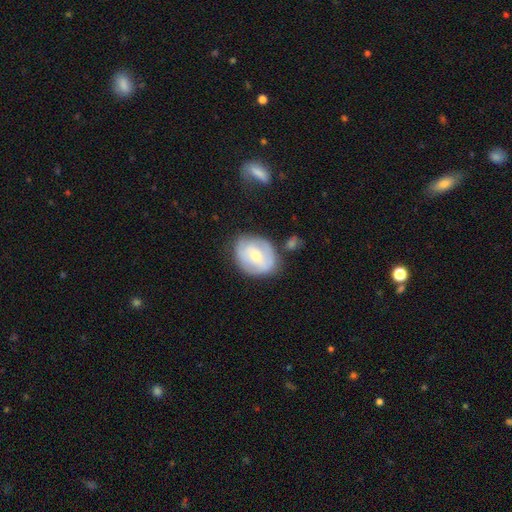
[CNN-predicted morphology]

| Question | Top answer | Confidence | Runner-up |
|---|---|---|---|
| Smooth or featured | featured or disk | 56% | smooth (38%) |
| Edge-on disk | no | 95% | yes (5%) |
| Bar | no | 42% | weak (41%) |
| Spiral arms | yes | 58% | no (42%) |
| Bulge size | moderate | 54% | small (41%) |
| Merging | none | 64% | minor disturbance (22%) |